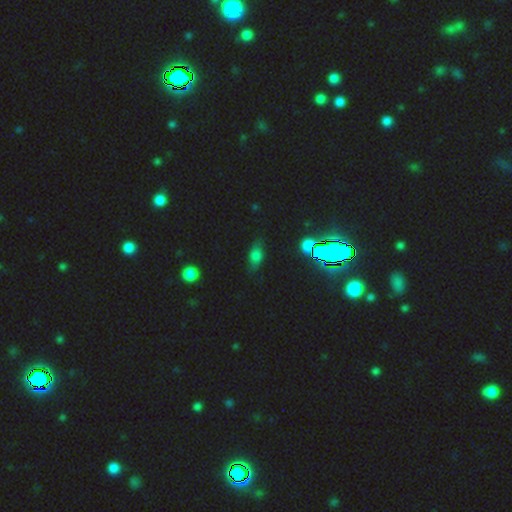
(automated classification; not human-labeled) This is possibly a smooth galaxy (54%). How rounded: likely in between (75%). Merging: likely none (74%).